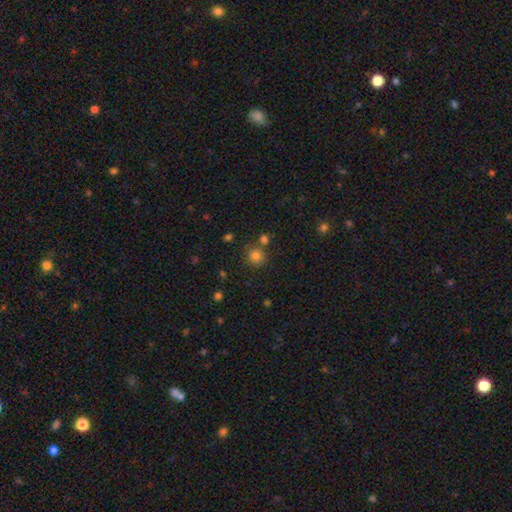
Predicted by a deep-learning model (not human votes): smooth-or-featured: smooth: 80% | star or artifact: 14% | featured or disk: 6%
  how-rounded: round: 90% | in between: 10% | cigar-shaped: 1%
  merging: none: 75% | merger: 12% | minor disturbance: 10% | major disturbance: 3%